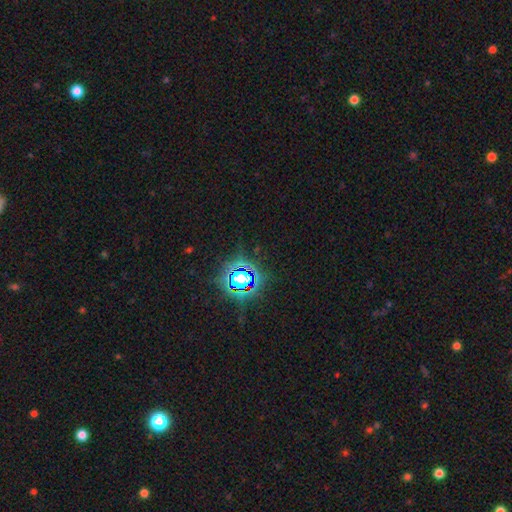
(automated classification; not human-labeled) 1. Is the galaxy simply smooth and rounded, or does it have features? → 81% star or artifact, 12% smooth, 7% featured or disk.